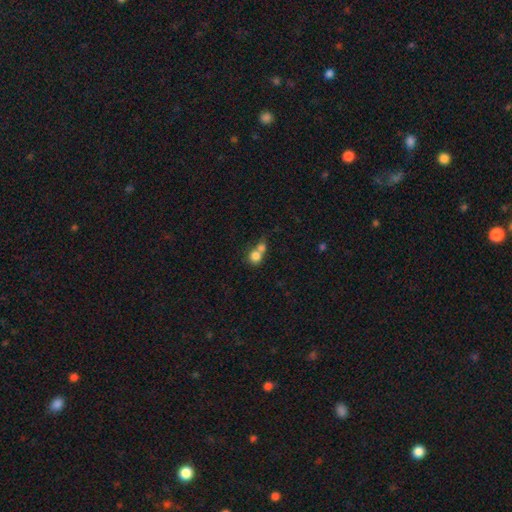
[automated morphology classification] Overall: smooth (78%). How rounded: round (79%). Merging: merger (60%; none 29%).